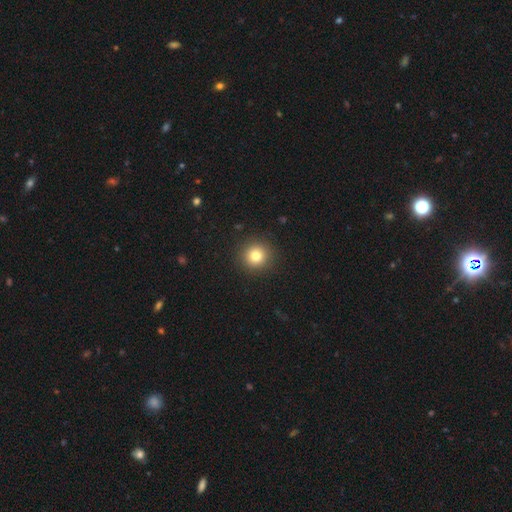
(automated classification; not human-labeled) A smooth galaxy with no disk features (80%) that is round (94%). Merging: none (92%).